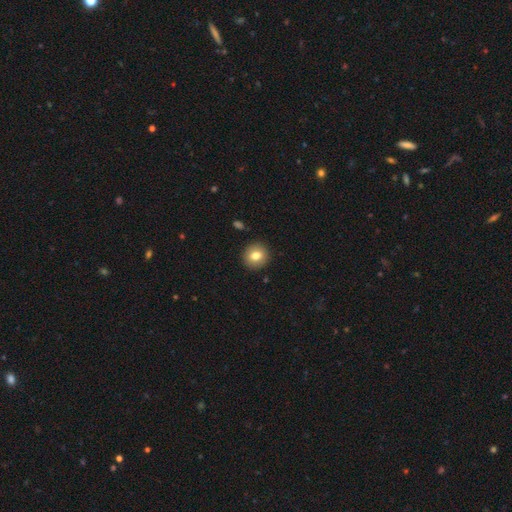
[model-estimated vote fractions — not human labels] Smooth or featured?
  - smooth: 79% *
  - featured or disk: 12%
  - star or artifact: 9%
How rounded?
  - round: 86% *
  - in between: 13%
  - cigar-shaped: 1%
Merging?
  - none: 91% *
  - minor disturbance: 6%
  - major disturbance: 2%
  - merger: 1%